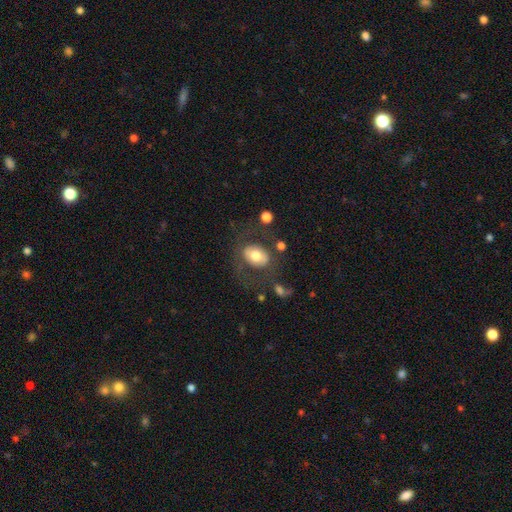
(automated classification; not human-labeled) smooth 62%, featured or disk 31%, star or artifact 8%. Down the decision tree: how rounded — in between (63%); merging — none (62%).